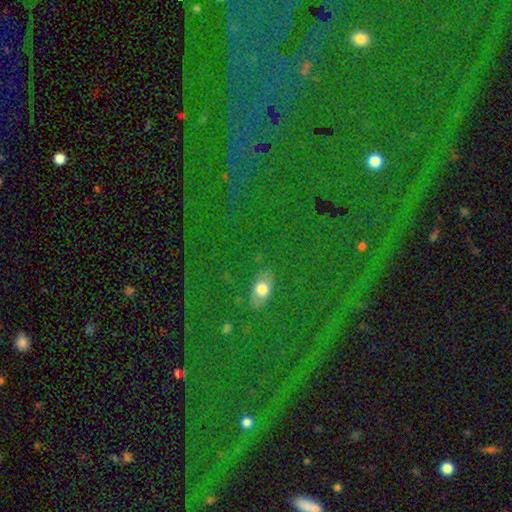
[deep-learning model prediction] Smooth or featured? star or artifact (68%)